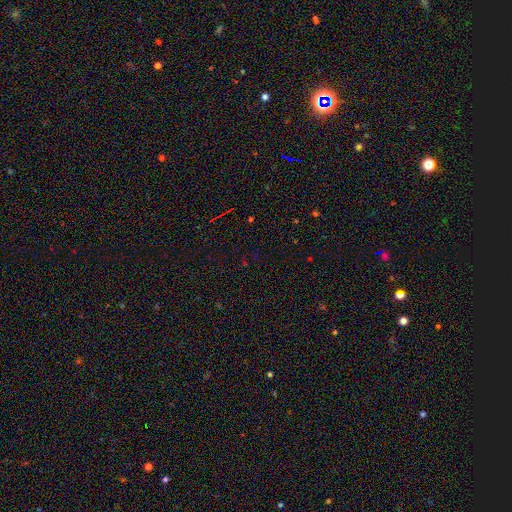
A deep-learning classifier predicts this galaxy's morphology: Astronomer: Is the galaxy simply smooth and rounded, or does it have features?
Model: star or artifact — 71%.